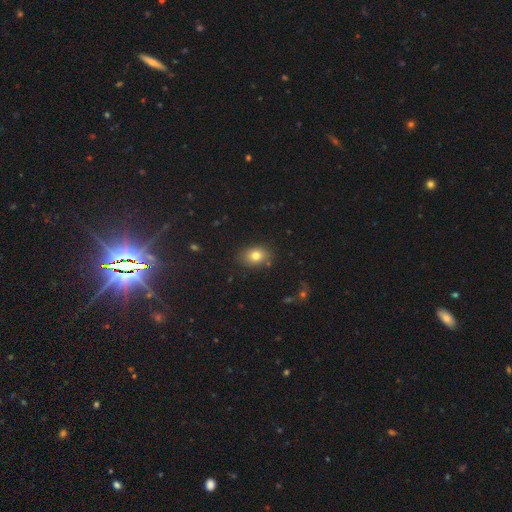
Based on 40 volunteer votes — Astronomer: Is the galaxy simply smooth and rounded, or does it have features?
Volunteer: smooth — 78%.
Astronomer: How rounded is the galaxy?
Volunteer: in between — 74%.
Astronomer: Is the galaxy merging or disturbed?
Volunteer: none — 81%.